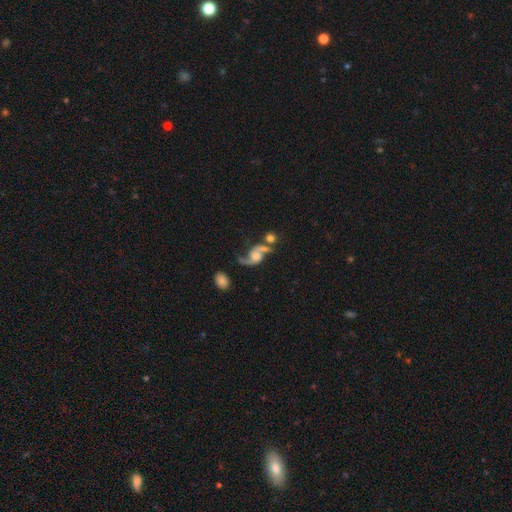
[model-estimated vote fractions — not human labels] Smooth or featured? Predicted: featured or disk (p=0.84). Edge-on disk? Predicted: no (p=0.96). Bar? Predicted: no (p=0.61). Spiral arms? Predicted: yes (p=0.95). Spiral winding? Predicted: loose (p=0.79). Spiral arm count? Predicted: 2 (p=0.92). Bulge size? Predicted: moderate (p=0.36). Merging? Predicted: none (p=0.49).